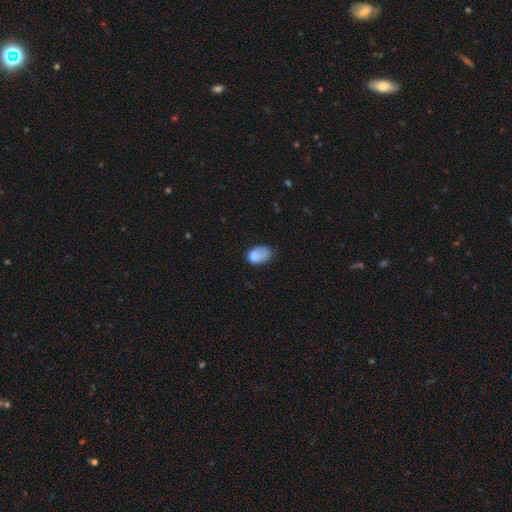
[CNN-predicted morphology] A smooth galaxy with no disk features (75%) that is in between round and cigar-shaped (85%).

Vote fractions:
- Smooth or featured? smooth: 75% / featured or disk: 16% / star or artifact: 9%
- How rounded? in between: 85% / round: 13% / cigar-shaped: 1%
- Merging? minor disturbance: 34% / none: 32% / major disturbance: 27% / merger: 7%